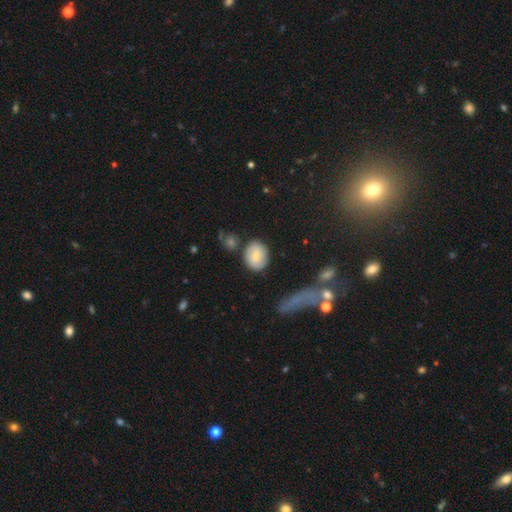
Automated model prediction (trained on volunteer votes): A smooth galaxy with no disk features (71%) that is round (52%).

Vote fractions:
- Smooth or featured? smooth: 71% / featured or disk: 21% / star or artifact: 7%
- How rounded? round: 52% / in between: 47% / cigar-shaped: 2%
- Merging? none: 77% / minor disturbance: 12% / merger: 7% / major disturbance: 4%